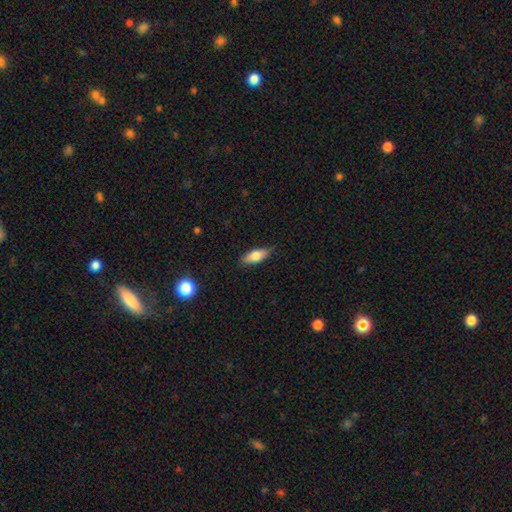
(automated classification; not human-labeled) Smooth or featured? smooth (72%)
How rounded? in between (73%)
Merging? none (81%)